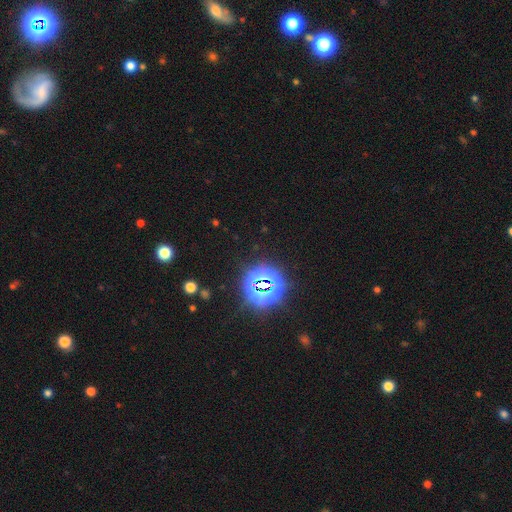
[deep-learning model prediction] star or artifact 83%, smooth 11%, featured or disk 6%.